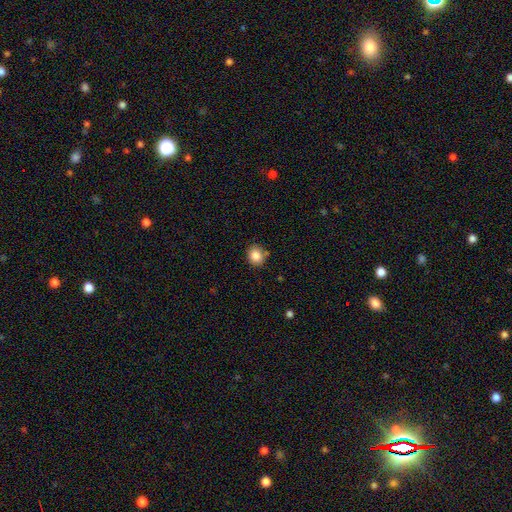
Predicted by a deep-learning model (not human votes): Smooth or featured? smooth (85%)
How rounded? round (70%)
Merging? none (77%)